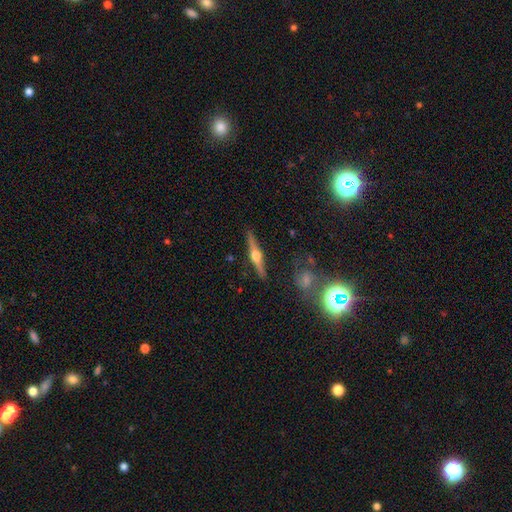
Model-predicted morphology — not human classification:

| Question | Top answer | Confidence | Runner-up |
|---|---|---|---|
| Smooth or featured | featured or disk | 75% | smooth (20%) |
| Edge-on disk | yes | 97% | no (3%) |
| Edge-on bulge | rounded | 95% | boxy (3%) |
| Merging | none | 89% | minor disturbance (7%) |